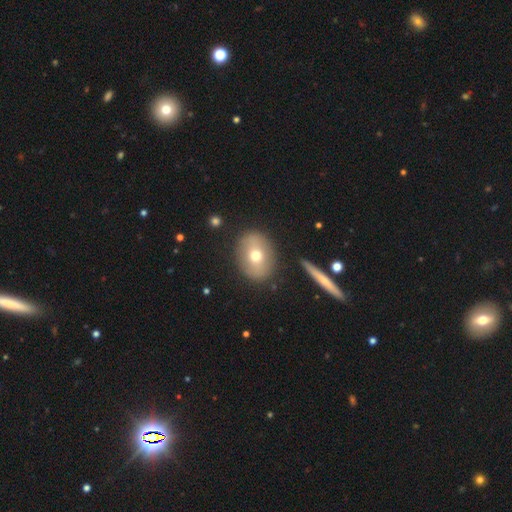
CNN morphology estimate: A smooth galaxy with no disk features (62%) that is in between round and cigar-shaped (61%). Merging: none (85%).